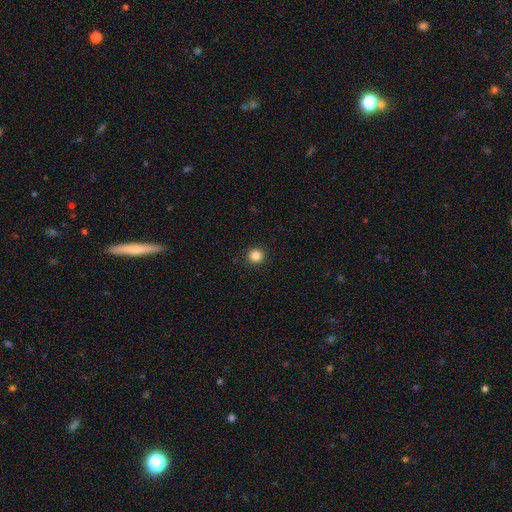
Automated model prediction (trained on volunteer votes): This appears to be a smooth galaxy with no disk features (85%) that is round (95%). Merging: none (93%).